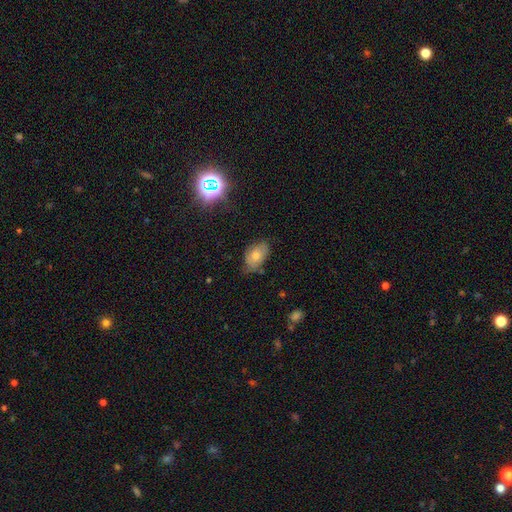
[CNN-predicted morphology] Q: Smooth or featured?
A: smooth (56%); runner-up: featured or disk (25%)
Q: How rounded?
A: in between (87%); runner-up: round (11%)
Q: Merging?
A: none (66%); runner-up: minor disturbance (27%)